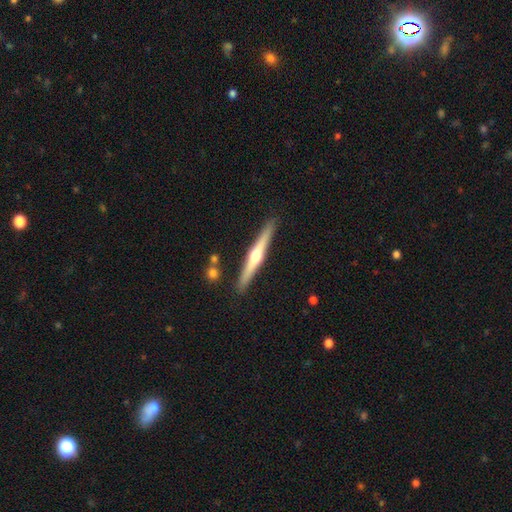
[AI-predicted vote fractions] This is likely a featured or disk galaxy (69%). It is clearly viewed edge-on (98%). Edge-on bulge: clearly rounded (90%). Merging: clearly none (90%).